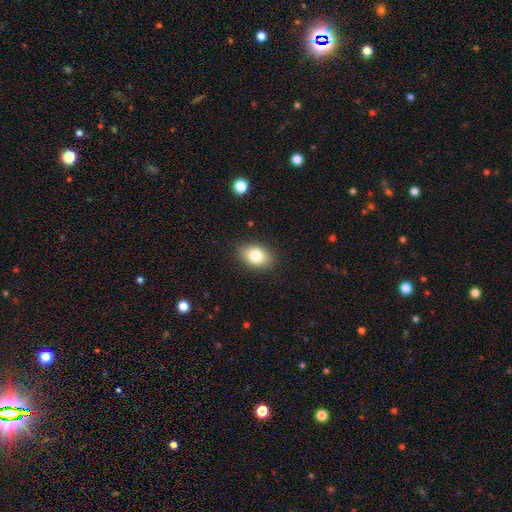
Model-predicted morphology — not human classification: A smooth galaxy with no disk features (82%) that is in between round and cigar-shaped (80%).

Vote fractions:
- Smooth or featured? smooth: 82% / featured or disk: 10% / star or artifact: 9%
- How rounded? in between: 80% / round: 18% / cigar-shaped: 1%
- Merging? none: 87% / minor disturbance: 10% / major disturbance: 3% / merger: 1%